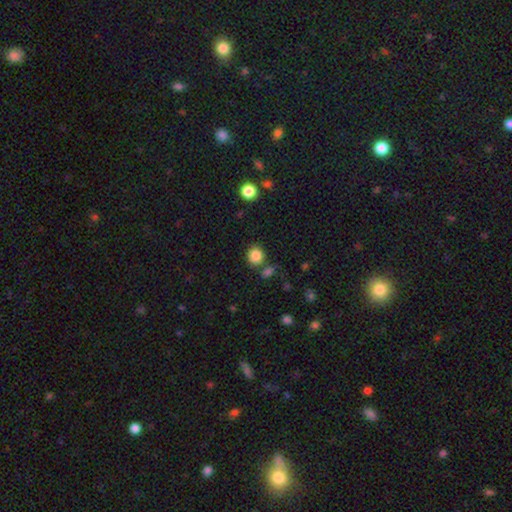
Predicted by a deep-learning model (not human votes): The model was most divided on "merging": none: 76%, merger: 11%, minor disturbance: 10%, major disturbance: 3%. More confident: smooth or featured — smooth (85%); how rounded — round (83%).